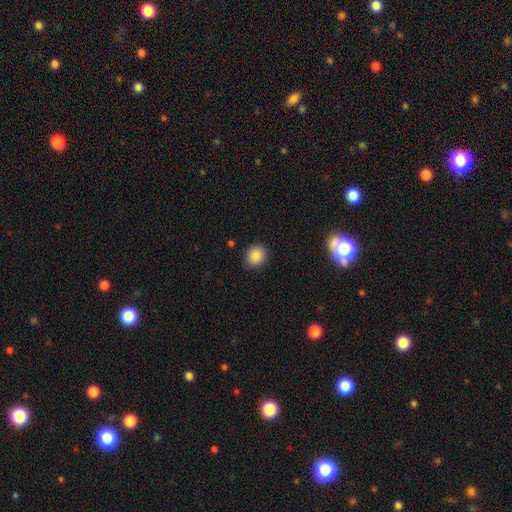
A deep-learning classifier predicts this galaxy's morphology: This appears to be a smooth galaxy with no disk features (86%) that is round (73%). Merging: none (88%).